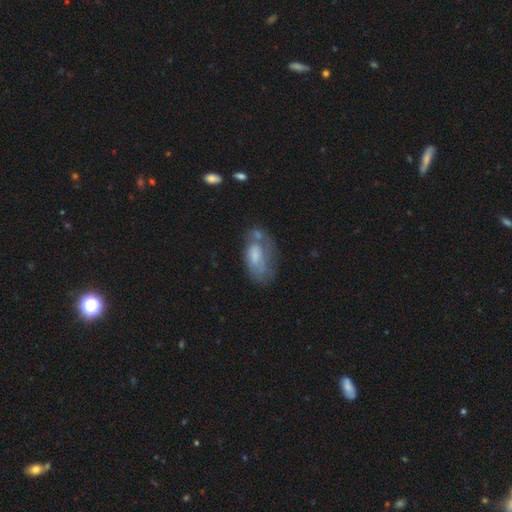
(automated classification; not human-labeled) This appears to be a smooth galaxy with no disk features (56%) that is in between round and cigar-shaped (89%). Merging: none (34%).